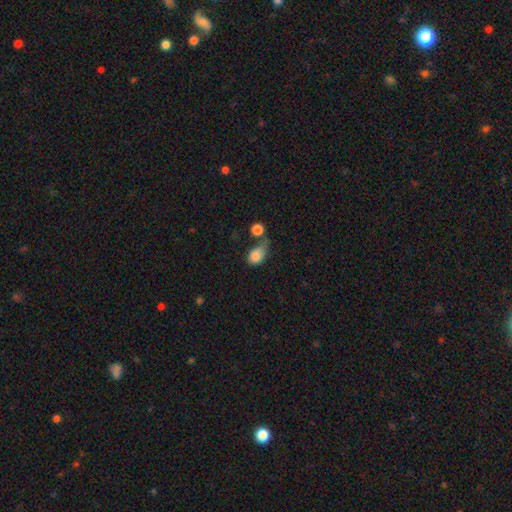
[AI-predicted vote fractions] The model was most divided on "merging" (2-way tie): merger: 26%, none: 26%, minor disturbance: 25%, major disturbance: 23%. More confident: smooth or featured — smooth (82%); how rounded — in between (69%).